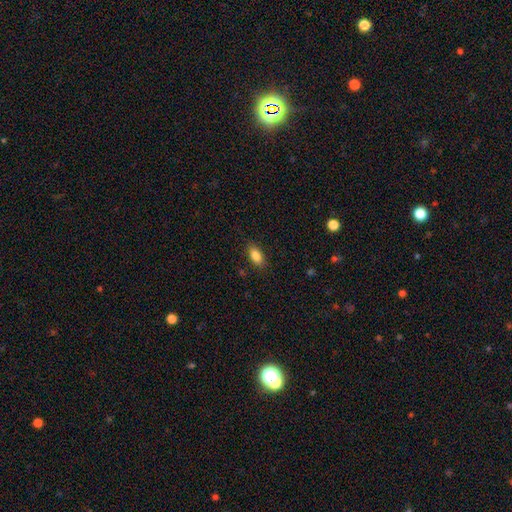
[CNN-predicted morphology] The model was most divided on "merging": none: 86%, minor disturbance: 10%, major disturbance: 3%, merger: 1%. More confident: how rounded — in between (88%); smooth or featured — smooth (85%).